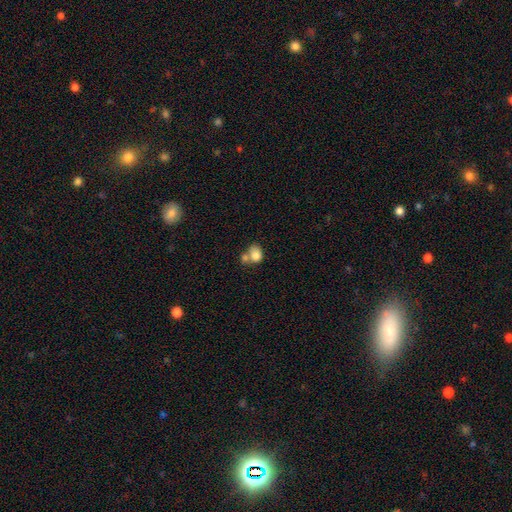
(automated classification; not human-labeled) Smooth or featured? smooth (80%)
How rounded? in between (54%)
Merging? merger (53%)